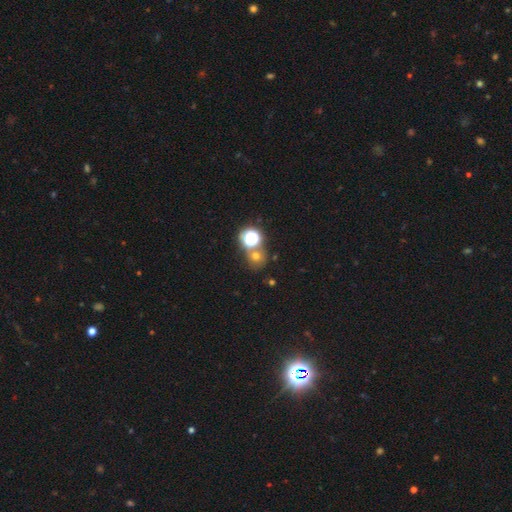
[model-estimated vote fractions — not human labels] Smooth or featured? Predicted: smooth (p=0.58). How rounded? Predicted: round (p=0.82). Merging? Predicted: none (p=0.62).